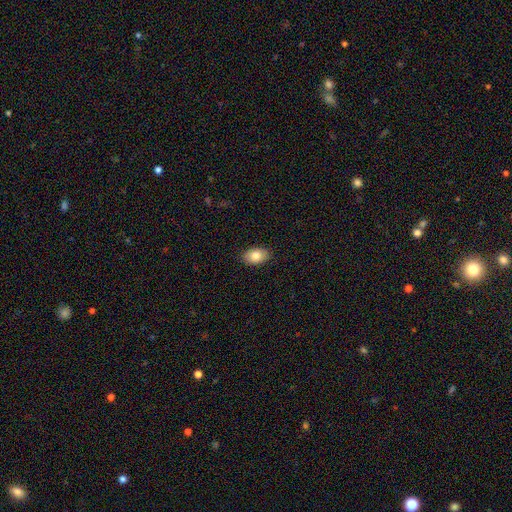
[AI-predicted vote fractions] Overall: smooth (83%). How rounded: in between (91%). Merging: none (89%).